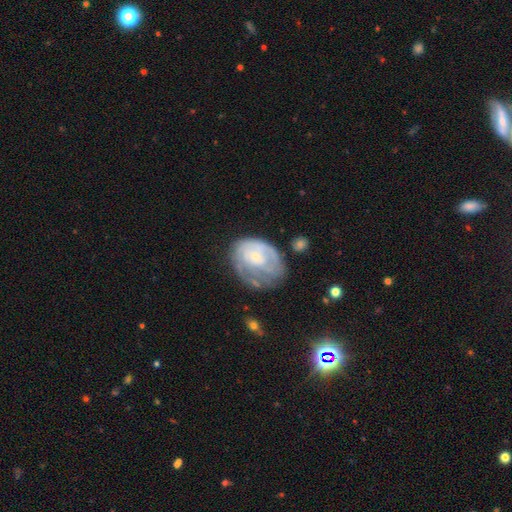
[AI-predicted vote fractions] This is likely a featured or disk galaxy (63%). It is clearly not viewed edge-on (97%). Bar: likely no (77%). Spiral arm pattern: likely yes (63%). Central bulge: likely small (71%). Merging: marginally none (40%).